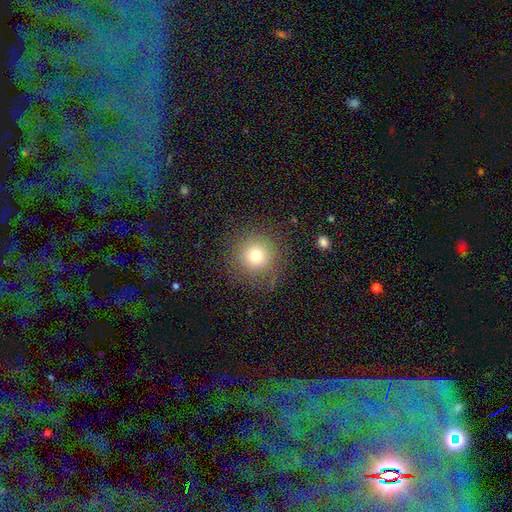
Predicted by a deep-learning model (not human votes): Smooth or featured?
  - smooth: 74% *
  - star or artifact: 14%
  - featured or disk: 12%
How rounded?
  - round: 95% *
  - in between: 4%
  - cigar-shaped: 1%
Merging?
  - none: 84% *
  - minor disturbance: 9%
  - major disturbance: 5%
  - merger: 1%